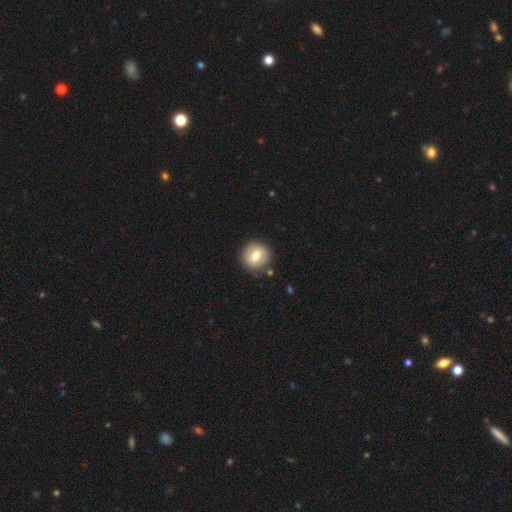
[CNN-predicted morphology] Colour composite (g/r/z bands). It shows a smooth galaxy with no disk features (69%) that is round (89%). Merging: none (87%).